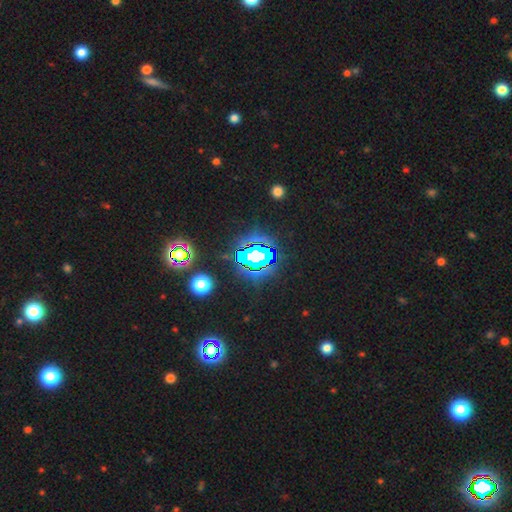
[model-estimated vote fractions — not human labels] A star or artifact, not a galaxy (72%).